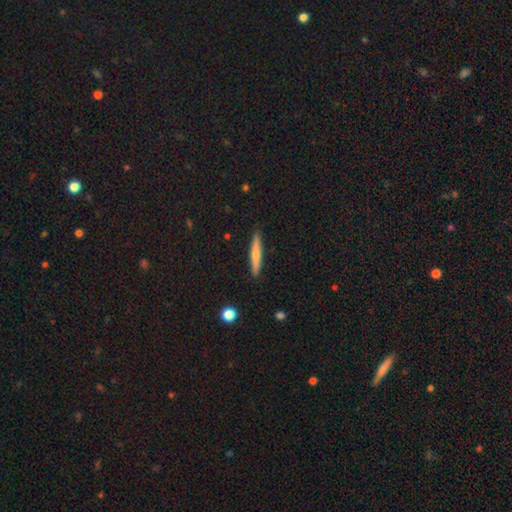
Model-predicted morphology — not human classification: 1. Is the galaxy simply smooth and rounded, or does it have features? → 67% smooth, 27% featured or disk, 6% star or artifact.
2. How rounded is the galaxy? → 93% cigar-shaped, 5% in between, 1% round.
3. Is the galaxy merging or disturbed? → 89% none, 8% minor disturbance, 2% major disturbance, 1% merger.